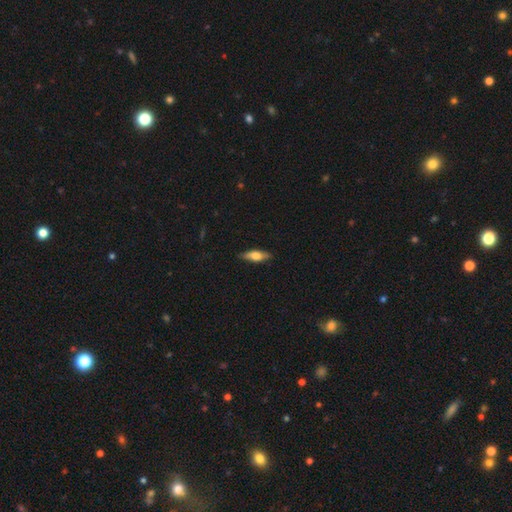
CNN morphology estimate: Overall: smooth (60%; featured or disk 33%). How rounded: in between (56%; cigar-shaped 41%). Merging: none (85%).